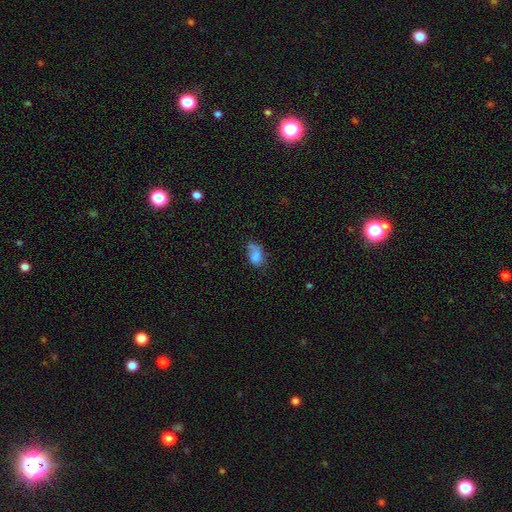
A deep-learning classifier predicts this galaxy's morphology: Smooth or featured: smooth — 76% (featured or disk — 14%)
How rounded: in between — 85% (round — 12%)
Merging: none — 36% (minor disturbance — 33%)